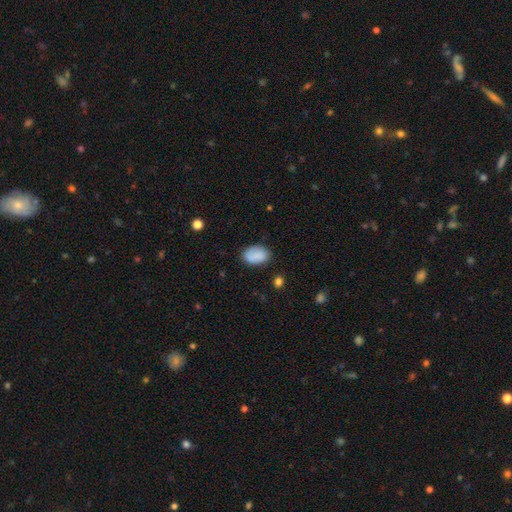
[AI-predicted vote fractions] This is clearly a smooth galaxy (85%). How rounded: clearly in between (86%). Merging: clearly none (80%).